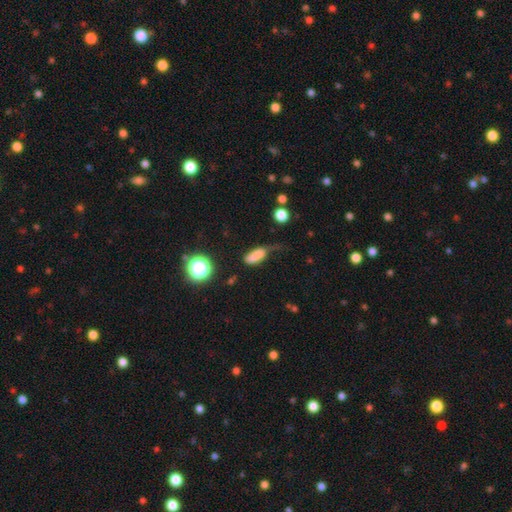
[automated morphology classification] Smooth or featured? Predicted: smooth (p=0.78). How rounded? Predicted: in between (p=0.74). Merging? Predicted: minor disturbance (p=0.34).